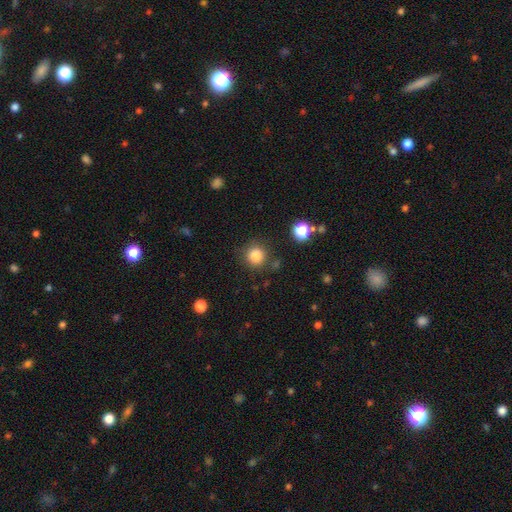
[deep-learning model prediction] smooth_or_featured: smooth (p=0.84) [alt: star or artifact p=0.12]
how_rounded: round (p=0.92) [alt: in between p=0.07]
merging: none (p=0.83) [alt: minor disturbance p=0.09]